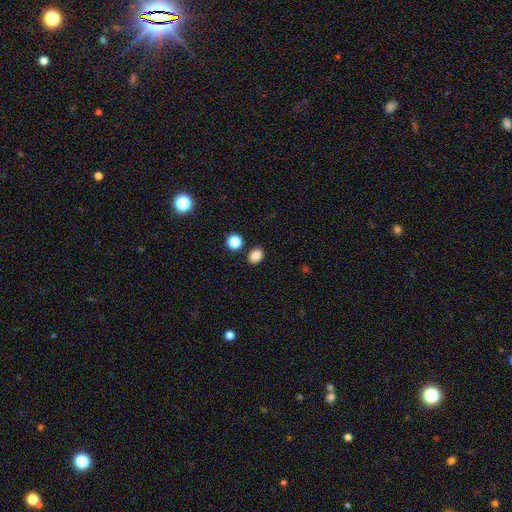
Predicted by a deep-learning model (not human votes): Morphology: type=smooth (85%); roundness=in between (53%); merging=none (86%).